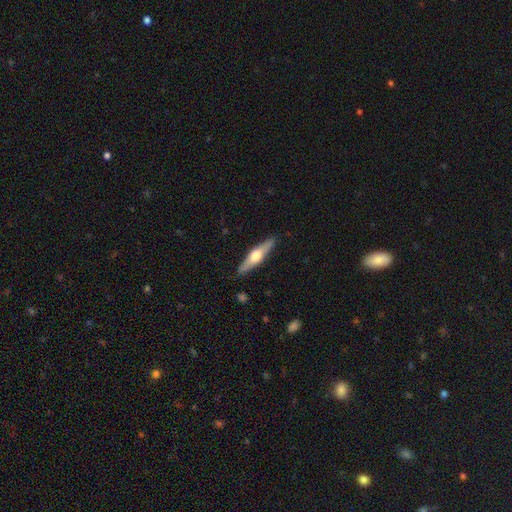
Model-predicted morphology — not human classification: Smooth or featured? featured or disk (59%)
Edge-on disk? yes (95%)
Edge-on bulge? rounded (93%)
Merging? none (89%)